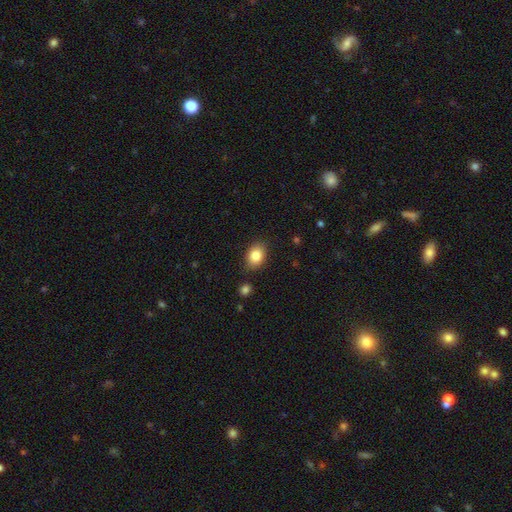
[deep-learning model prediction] This is clearly a smooth galaxy (84%). How rounded: likely in between (72%). Merging: clearly none (85%).